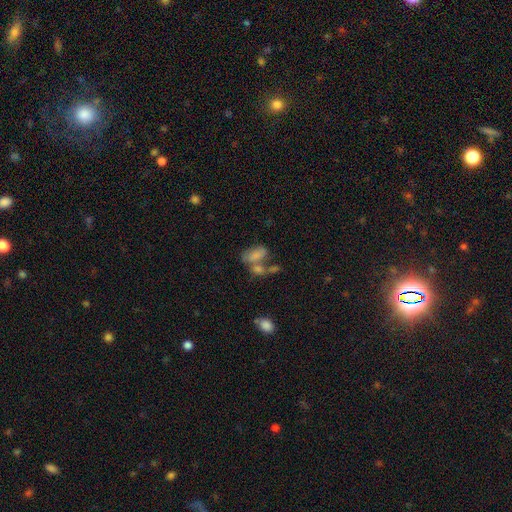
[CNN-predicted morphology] smooth-or-featured: smooth: 65% | featured or disk: 24% | star or artifact: 11%
  how-rounded: in between: 89% | round: 6% | cigar-shaped: 4%
  merging: merger: 51% | none: 23% | major disturbance: 14% | minor disturbance: 12%